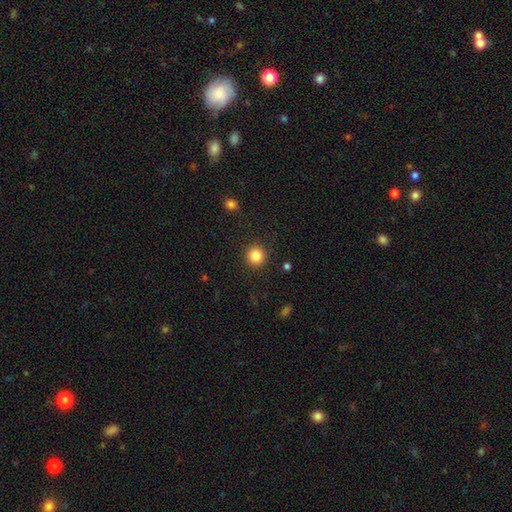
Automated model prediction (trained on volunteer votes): smooth 85%, star or artifact 10%, featured or disk 4%. Down the decision tree: how rounded — round (94%); merging — none (91%).